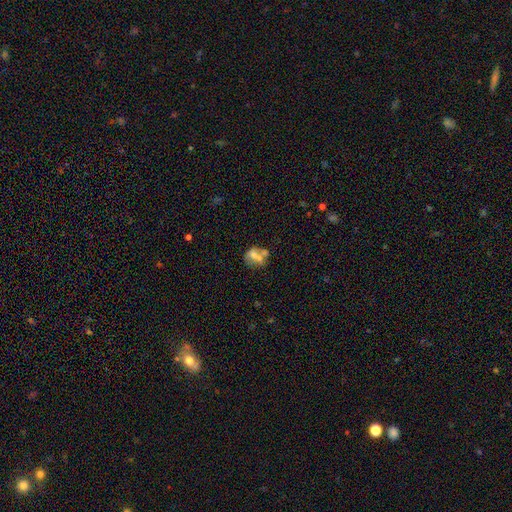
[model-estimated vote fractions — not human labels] Smooth or featured: smooth — 51% (featured or disk — 36%)
How rounded: in between — 49% (tied with round — 49%)
Merging: merger — 46% (none — 32%)